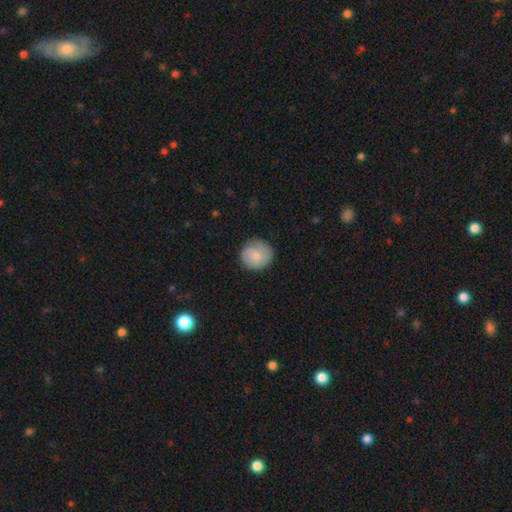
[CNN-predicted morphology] A smooth galaxy with no disk features (72%) that is round (89%).

Vote fractions:
- Smooth or featured? smooth: 72% / featured or disk: 21% / star or artifact: 7%
- How rounded? round: 89% / in between: 10% / cigar-shaped: 1%
- Merging? none: 77% / minor disturbance: 18% / major disturbance: 5% / merger: 1%